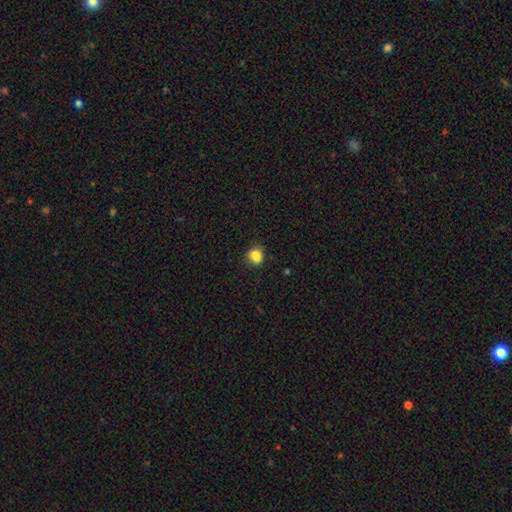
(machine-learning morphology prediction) Smooth or featured?
  - smooth: 85% *
  - star or artifact: 11%
  - featured or disk: 4%
How rounded?
  - round: 62% *
  - in between: 37%
  - cigar-shaped: 1%
Merging?
  - none: 77% *
  - minor disturbance: 17%
  - major disturbance: 4%
  - merger: 2%